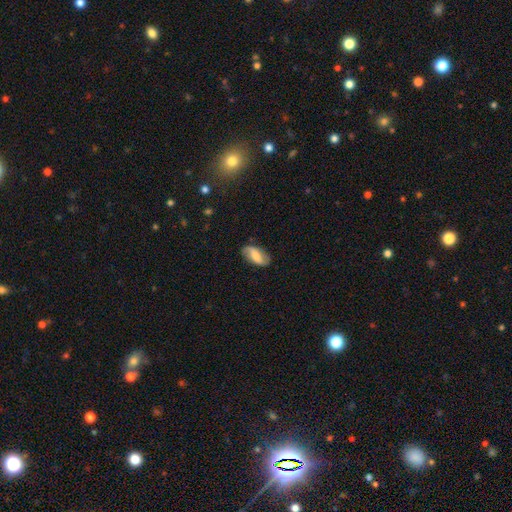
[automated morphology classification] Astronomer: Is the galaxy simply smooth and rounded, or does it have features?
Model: smooth — 52% (runner-up: featured or disk, 41%).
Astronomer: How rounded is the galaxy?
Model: in between — 90%.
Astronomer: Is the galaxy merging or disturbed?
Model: none — 79%.